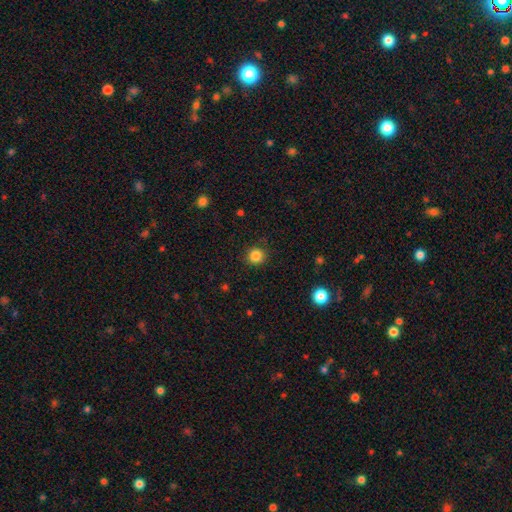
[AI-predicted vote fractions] Smooth or featured?
  - smooth: 85% *
  - star or artifact: 11%
  - featured or disk: 4%
How rounded?
  - round: 92% *
  - in between: 7%
  - cigar-shaped: 1%
Merging?
  - none: 88% *
  - minor disturbance: 9%
  - major disturbance: 3%
  - merger: 1%